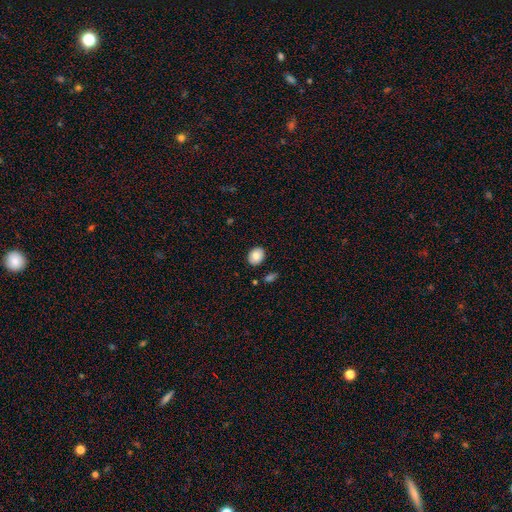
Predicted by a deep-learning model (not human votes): This appears to be a smooth galaxy with no disk features (78%) that is in between round and cigar-shaped (53%). Merging: none (87%).